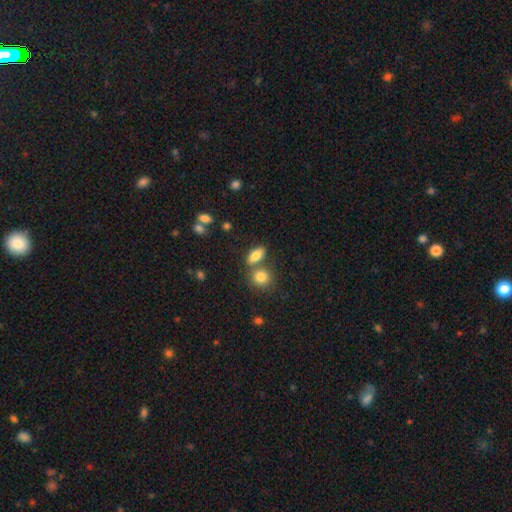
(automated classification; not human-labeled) Q: Smooth or featured?
A: smooth (78%); runner-up: featured or disk (13%)
Q: How rounded?
A: in between (78%); runner-up: cigar-shaped (13%)
Q: Merging?
A: none (61%); runner-up: merger (24%)